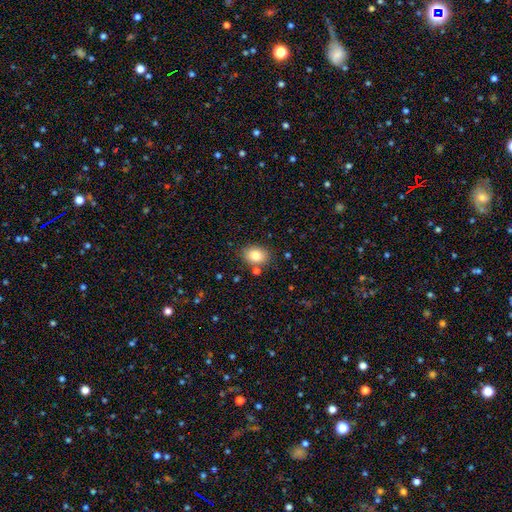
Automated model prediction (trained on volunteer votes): smooth-or-featured: smooth: 82% | star or artifact: 9% | featured or disk: 9%
  how-rounded: in between: 70% | round: 29% | cigar-shaped: 1%
  merging: none: 81% | minor disturbance: 11% | merger: 5% | major disturbance: 3%